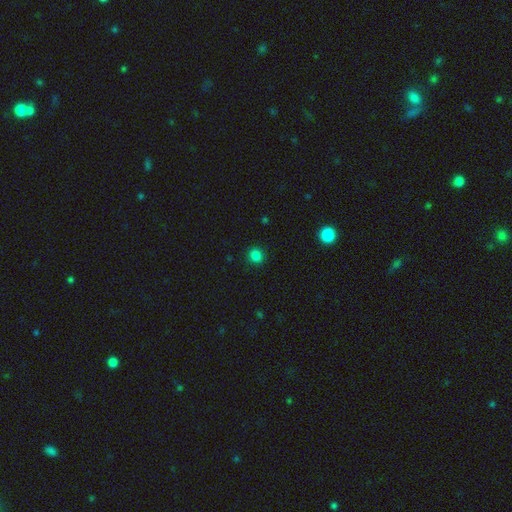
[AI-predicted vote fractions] This is clearly a smooth galaxy (83%). How rounded: clearly round (87%). Merging: clearly none (91%).